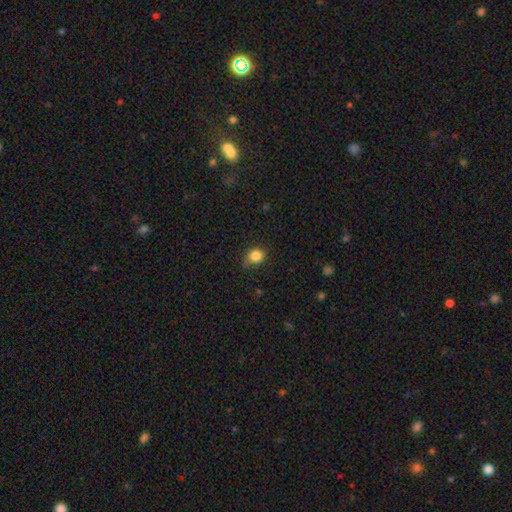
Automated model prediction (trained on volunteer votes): smooth-or-featured: smooth: 83% | star or artifact: 11% | featured or disk: 6%
  how-rounded: round: 67% | in between: 32% | cigar-shaped: 1%
  merging: none: 62% | minor disturbance: 29% | major disturbance: 7% | merger: 2%